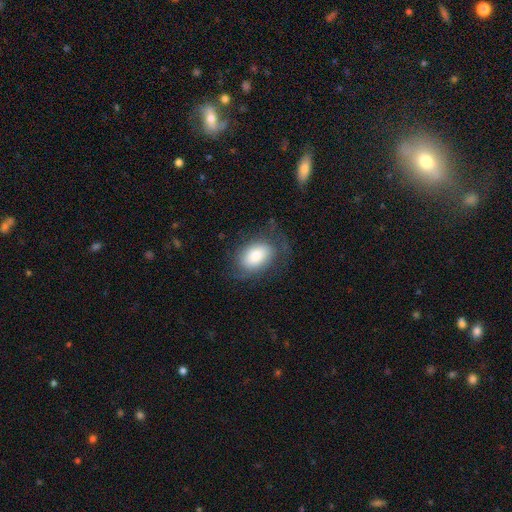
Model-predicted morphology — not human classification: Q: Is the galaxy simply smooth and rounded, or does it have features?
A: smooth — 64%.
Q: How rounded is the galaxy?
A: in between — 84%.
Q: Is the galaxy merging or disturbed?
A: none — 59%.